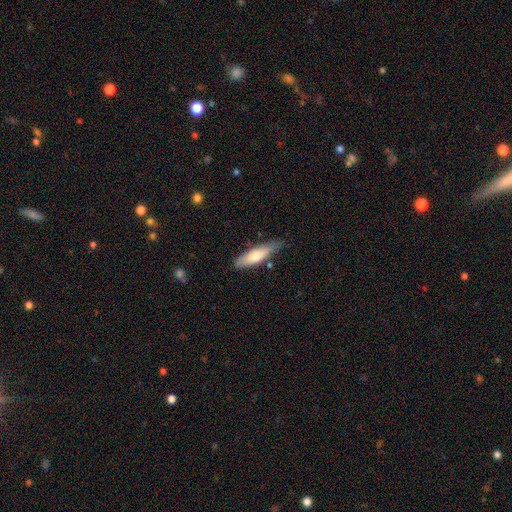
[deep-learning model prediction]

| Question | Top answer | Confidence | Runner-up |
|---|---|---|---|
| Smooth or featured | smooth | 63% | featured or disk (32%) |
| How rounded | cigar-shaped | 63% | in between (35%) |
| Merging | none | 70% | minor disturbance (23%) |